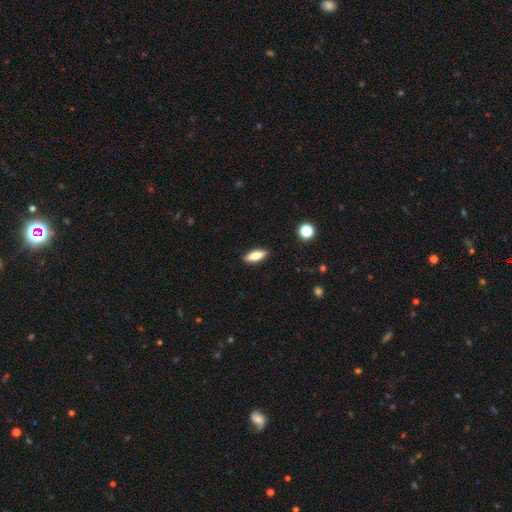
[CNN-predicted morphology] This is likely a smooth galaxy (75%). How rounded: likely in between (62%). Merging: clearly none (89%).